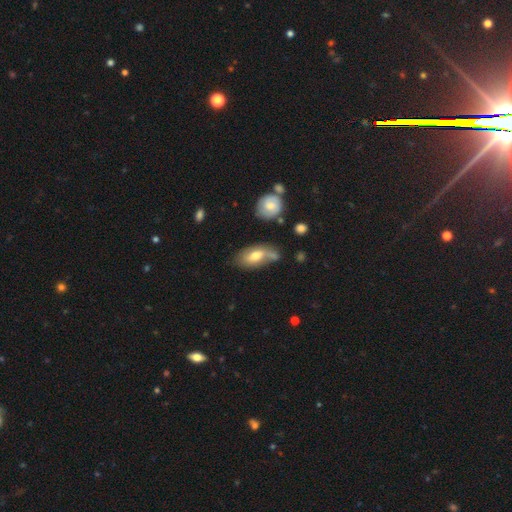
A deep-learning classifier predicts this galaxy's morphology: Smooth or featured? Predicted: smooth (p=0.63). How rounded? Predicted: in between (p=0.89). Merging? Predicted: none (p=0.46).